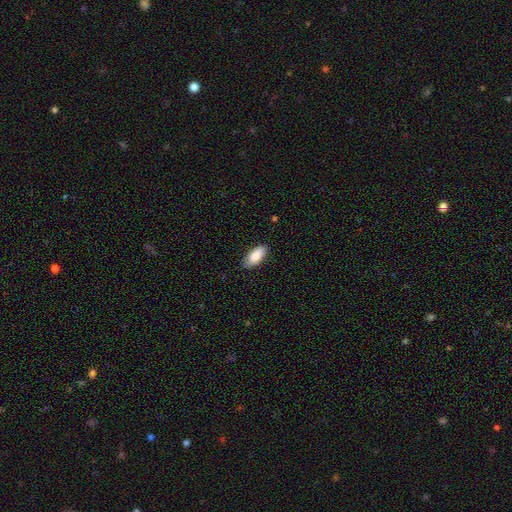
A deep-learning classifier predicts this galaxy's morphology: Smooth or featured? Predicted: smooth (p=0.87). How rounded? Predicted: in between (p=0.87). Merging? Predicted: none (p=0.81).